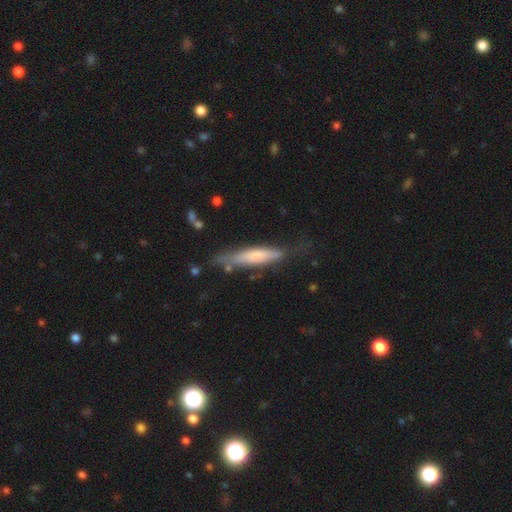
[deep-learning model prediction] Smooth or featured? smooth (62%)
How rounded? cigar-shaped (79%)
Merging? none (59%)